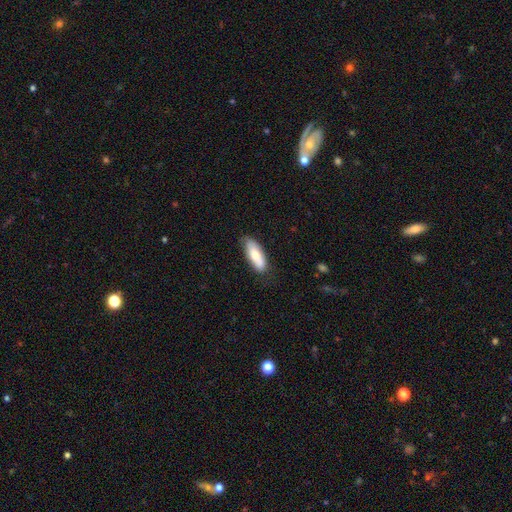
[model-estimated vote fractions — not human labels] Smooth or featured?
  - smooth: 70% *
  - featured or disk: 24%
  - star or artifact: 6%
How rounded?
  - in between: 71% *
  - cigar-shaped: 27%
  - round: 2%
Merging?
  - none: 75% *
  - minor disturbance: 19%
  - major disturbance: 4%
  - merger: 2%